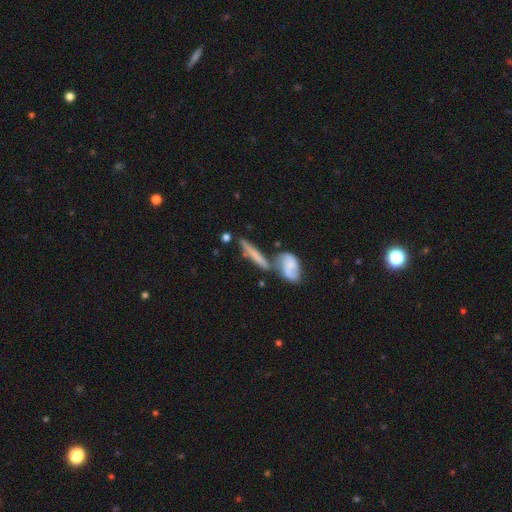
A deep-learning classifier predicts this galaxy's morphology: smooth-or-featured: smooth: 47% | featured or disk: 45% | star or artifact: 8%
  merging: none: 49% | merger: 32% | minor disturbance: 14% | major disturbance: 5%